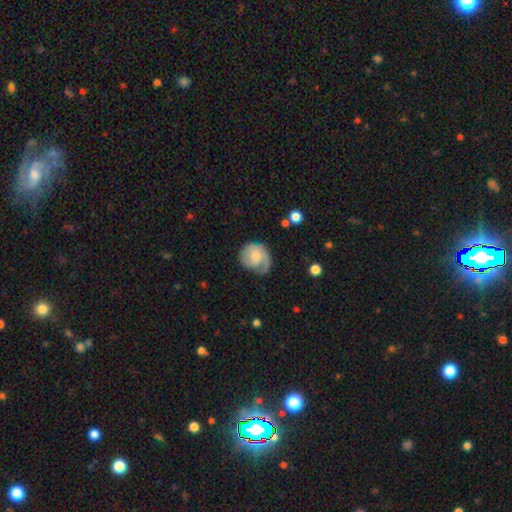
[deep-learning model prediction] Smooth or featured? featured or disk (58%)
Edge-on disk? no (98%)
Bar? no (74%)
Spiral arms? yes (88%)
Spiral winding? tight (46%)
Spiral arm count? 1 (51%)
Bulge size? small (51%)
Merging? none (51%)